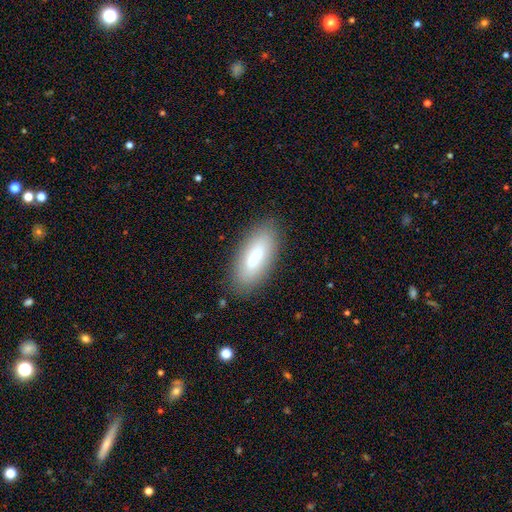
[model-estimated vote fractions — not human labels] This appears to be a smooth galaxy with no disk features (68%) that is in between round and cigar-shaped (74%). Merging: none (79%).